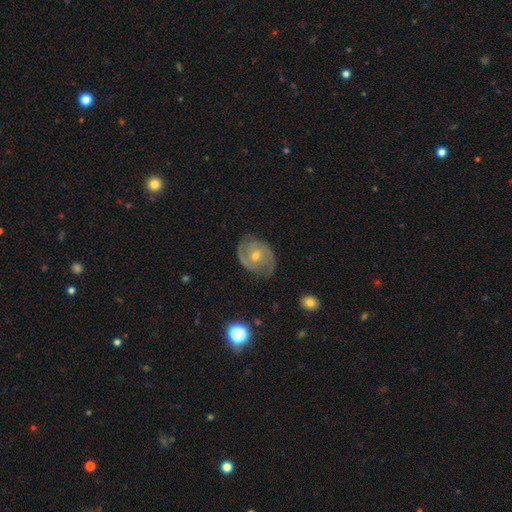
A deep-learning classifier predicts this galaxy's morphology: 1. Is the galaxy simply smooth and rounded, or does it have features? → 81% featured or disk, 12% smooth, 7% star or artifact.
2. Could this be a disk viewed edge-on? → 97% no, 3% yes.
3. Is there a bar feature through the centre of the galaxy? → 54% no, 38% weak, 8% strong.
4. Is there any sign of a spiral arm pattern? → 93% yes, 7% no.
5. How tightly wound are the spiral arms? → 45% tight, 43% medium, 12% loose.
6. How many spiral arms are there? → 74% 2, 12% can't tell, 7% 3, 3% 1, 2% 4, 2% more than 4.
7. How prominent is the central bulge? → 50% moderate, 47% small, 1% large, 1% none, 1% dominant.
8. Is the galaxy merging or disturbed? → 78% none, 16% minor disturbance, 5% major disturbance, 1% merger.